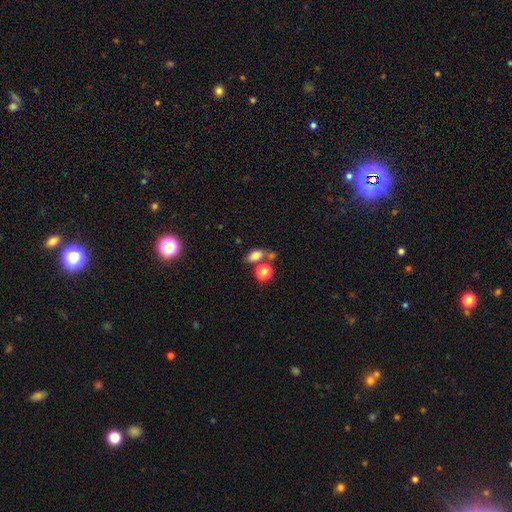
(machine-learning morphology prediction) Smooth or featured? Predicted: smooth (p=0.77). How rounded? Predicted: in between (p=0.78). Merging? Predicted: none (p=0.57).